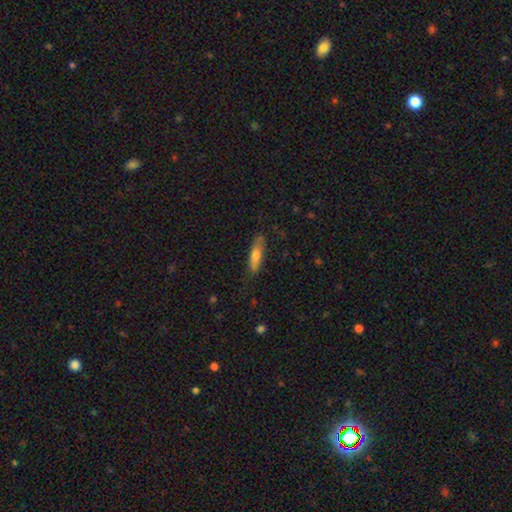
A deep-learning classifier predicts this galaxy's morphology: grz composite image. It shows a smooth galaxy with no disk features (67%) that is cigar-shaped (66%). Merging: none (78%).